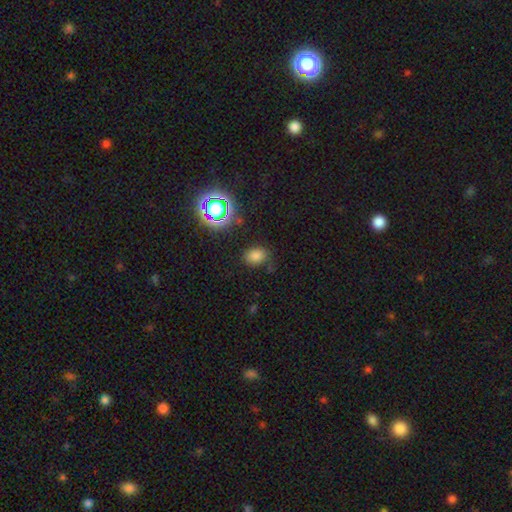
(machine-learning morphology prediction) Smooth or featured? smooth (74%)
How rounded? in between (67%)
Merging? none (76%)